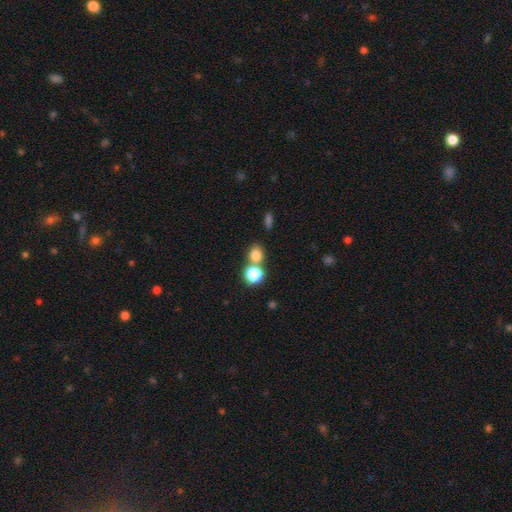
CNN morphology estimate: A smooth galaxy with no disk features (76%) that is round (64%).

Vote fractions:
- Smooth or featured? smooth: 76% / star or artifact: 16% / featured or disk: 7%
- How rounded? round: 64% / in between: 34% / cigar-shaped: 1%
- Merging? none: 55% / merger: 34% / minor disturbance: 8% / major disturbance: 3%